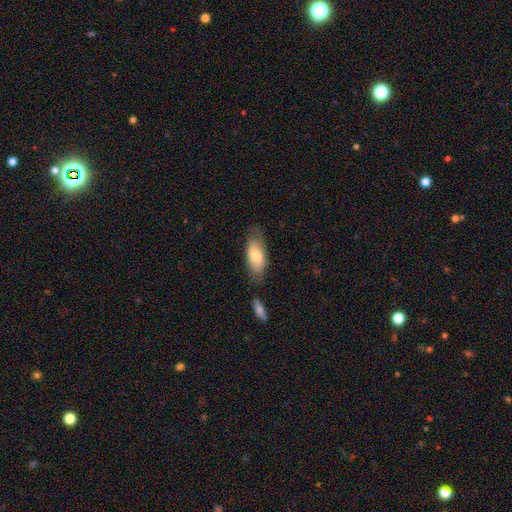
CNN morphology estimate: A smooth galaxy with no disk features (74%) that is in between round and cigar-shaped (84%). Merging: none (66%).